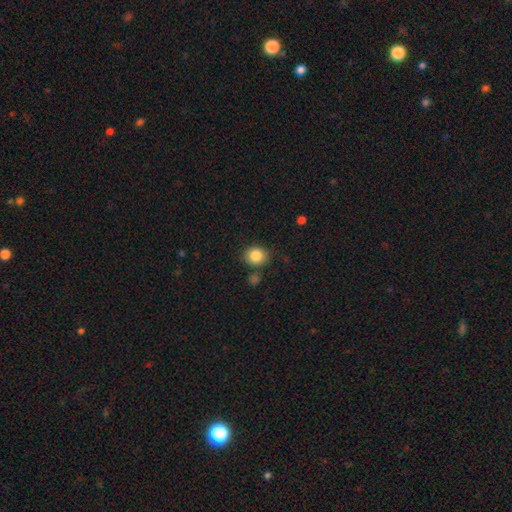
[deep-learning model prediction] Smooth or featured?
  - smooth: 85% *
  - star or artifact: 9%
  - featured or disk: 5%
How rounded?
  - round: 75% *
  - in between: 24%
  - cigar-shaped: 1%
Merging?
  - none: 80% *
  - minor disturbance: 12%
  - merger: 5%
  - major disturbance: 3%